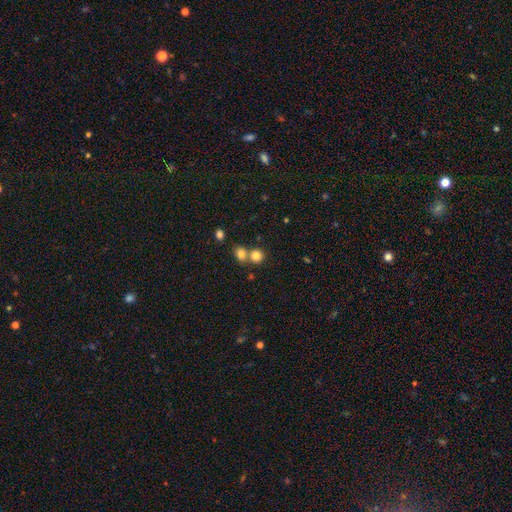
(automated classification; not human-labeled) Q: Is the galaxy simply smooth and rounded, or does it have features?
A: smooth — 81%.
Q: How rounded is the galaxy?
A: round — 82%.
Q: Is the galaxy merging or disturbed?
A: none — 51%.